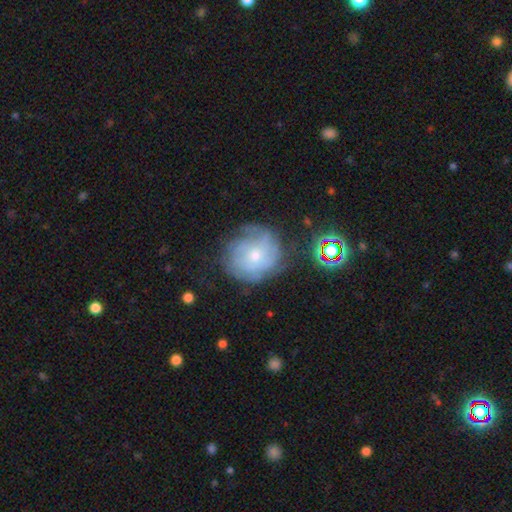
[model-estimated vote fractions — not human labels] Overall: featured or disk (64%; smooth 25%). Edge-on disk: no (97%). Bar: no (77%). Spiral arms: yes (81%). Spiral arm count: can't tell (54%). Spiral winding: tight (60%; medium 29%). Bulge size: small (51%; moderate 43%). Merging: none (61%; minor disturbance 23%).